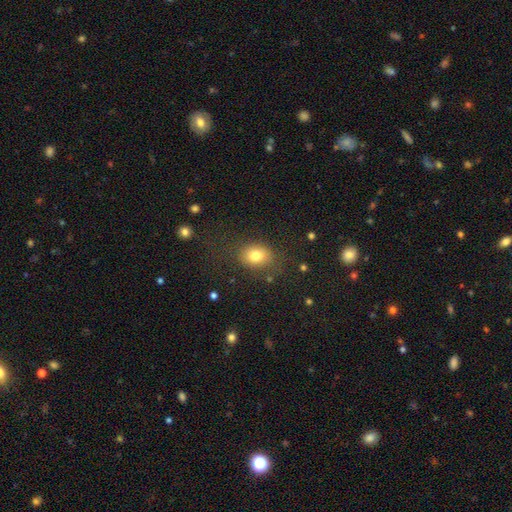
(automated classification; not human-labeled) The model was most divided on "how rounded": in between: 57%, round: 42%, cigar-shaped: 1%. More confident: smooth or featured — smooth (79%); merging — none (76%).